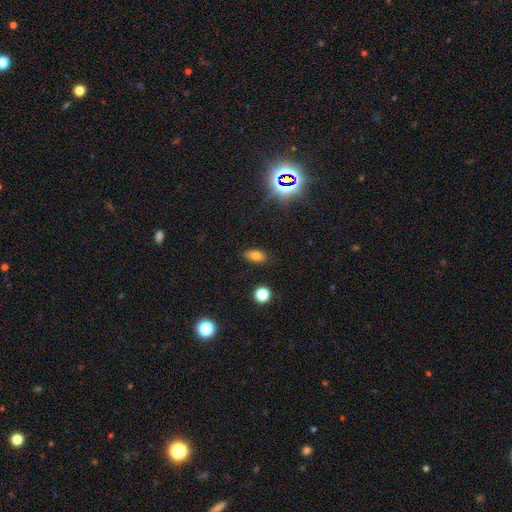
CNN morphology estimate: smooth-or-featured: smooth: 75% | star or artifact: 16% | featured or disk: 9%
  how-rounded: in between: 86% | round: 7% | cigar-shaped: 6%
  merging: none: 86% | minor disturbance: 10% | major disturbance: 3% | merger: 2%